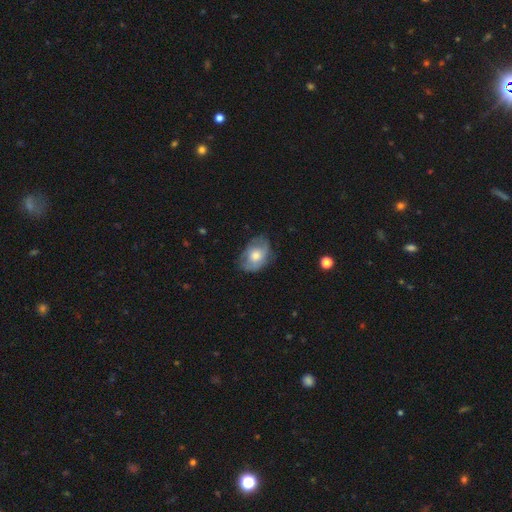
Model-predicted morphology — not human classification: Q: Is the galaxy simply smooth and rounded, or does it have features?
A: smooth — 56%.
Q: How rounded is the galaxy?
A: in between — 75%.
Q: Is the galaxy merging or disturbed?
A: none — 63%.